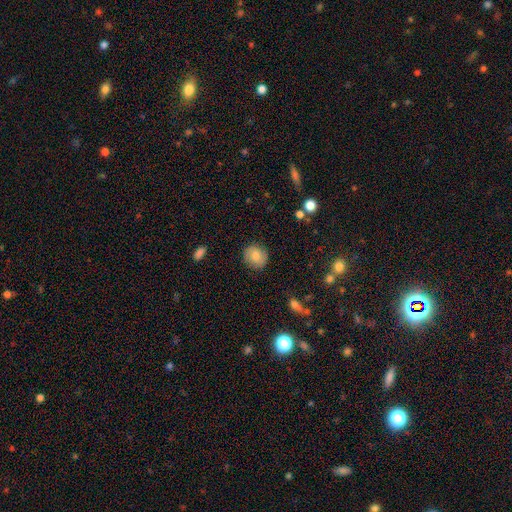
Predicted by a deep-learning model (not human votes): A smooth galaxy with no disk features (78%) that is round (79%). Merging: none (86%).